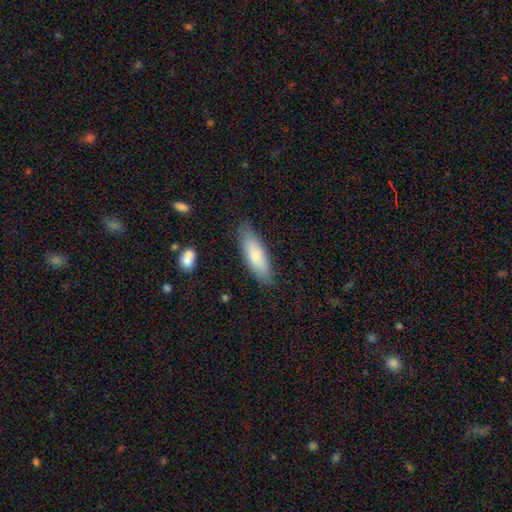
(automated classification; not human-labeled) Overall: smooth (79%). How rounded: in between (50%; cigar-shaped 48%). Merging: none (83%).